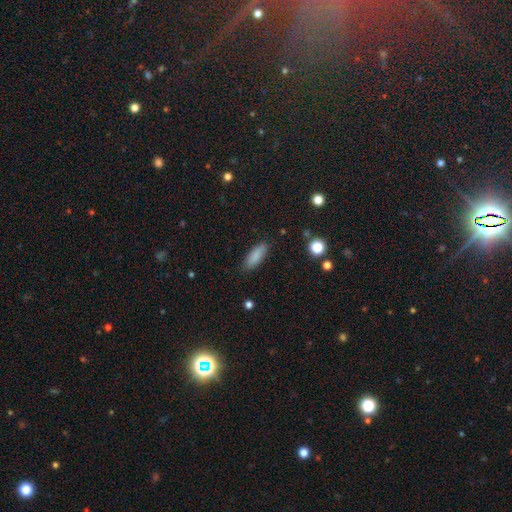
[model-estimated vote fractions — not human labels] Morphology: type=smooth (86%); roundness=in between (63%); merging=none (86%).